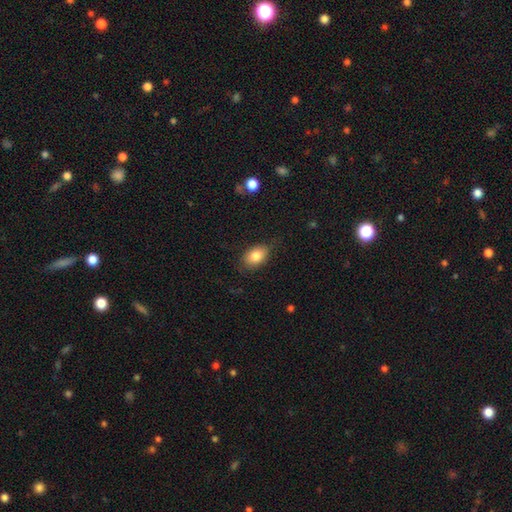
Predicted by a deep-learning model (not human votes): Smooth or featured? smooth (82%)
How rounded? in between (85%)
Merging? none (79%)